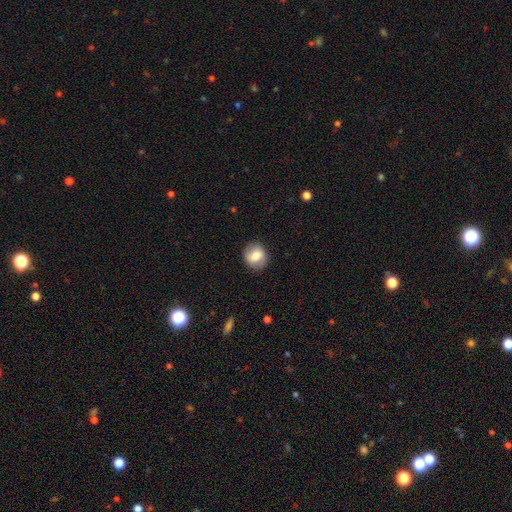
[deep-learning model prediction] Q: Smooth or featured?
A: smooth (72%); runner-up: featured or disk (20%)
Q: How rounded?
A: round (73%); runner-up: in between (26%)
Q: Merging?
A: none (85%); runner-up: minor disturbance (11%)